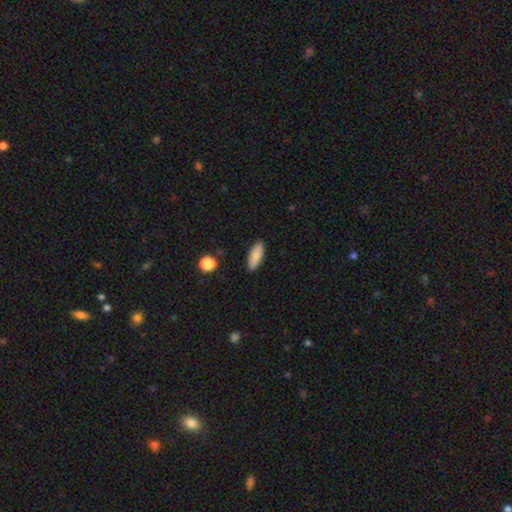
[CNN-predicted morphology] smooth 88%, star or artifact 7%, featured or disk 6%. Down the decision tree: how rounded — in between (66%); merging — none (89%).